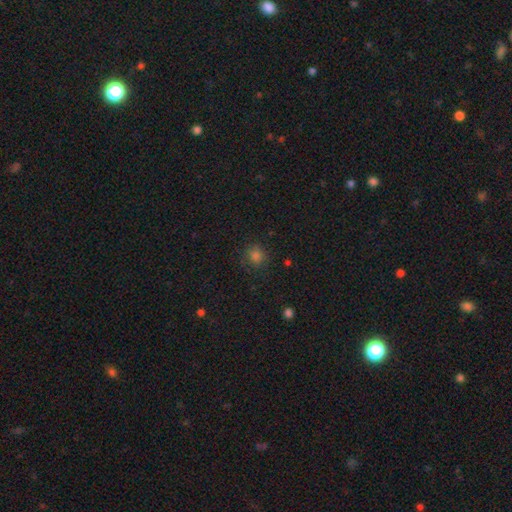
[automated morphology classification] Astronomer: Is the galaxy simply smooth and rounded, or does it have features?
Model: smooth — 75%.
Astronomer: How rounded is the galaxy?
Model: round — 84%.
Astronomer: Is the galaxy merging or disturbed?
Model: none — 84%.